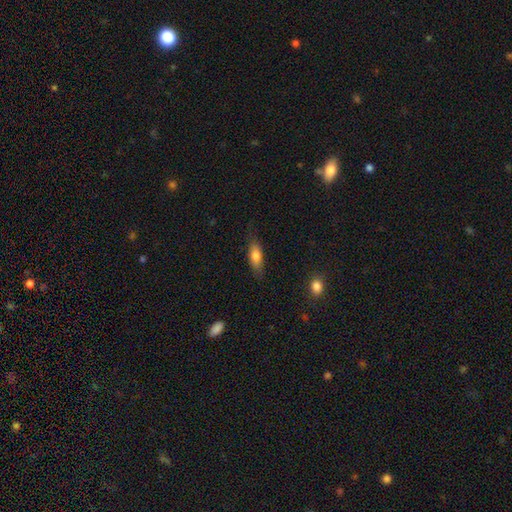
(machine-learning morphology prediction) This is likely a smooth galaxy (76%). How rounded: likely in between (69%). Merging: likely none (78%).